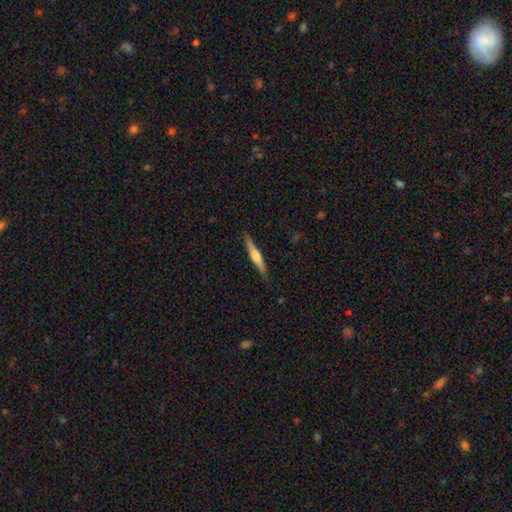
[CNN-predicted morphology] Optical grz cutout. It shows a featured or disk galaxy (63%) viewed edge-on (97%) with a rounded central bulge (80%). Merging: none (89%).